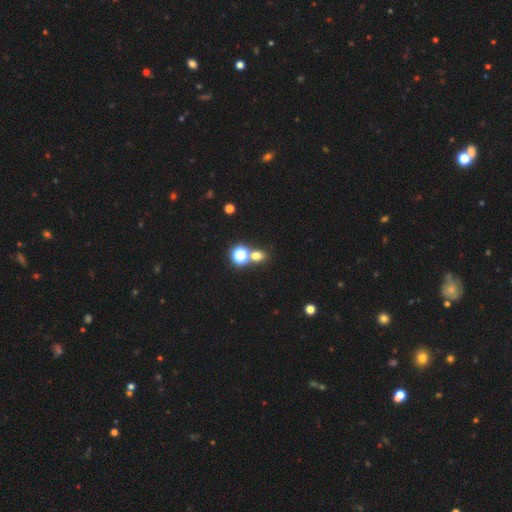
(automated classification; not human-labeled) Smooth or featured? smooth (65%)
How rounded? round (65%)
Merging? none (63%)